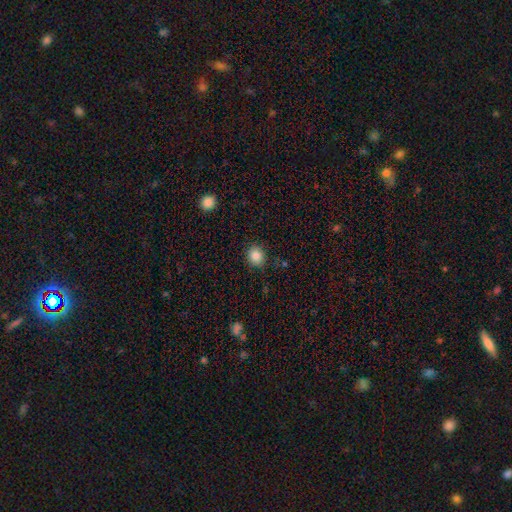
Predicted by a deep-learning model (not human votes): Q: Smooth or featured?
A: smooth (85%); runner-up: star or artifact (10%)
Q: How rounded?
A: round (78%); runner-up: in between (21%)
Q: Merging?
A: none (85%); runner-up: minor disturbance (11%)